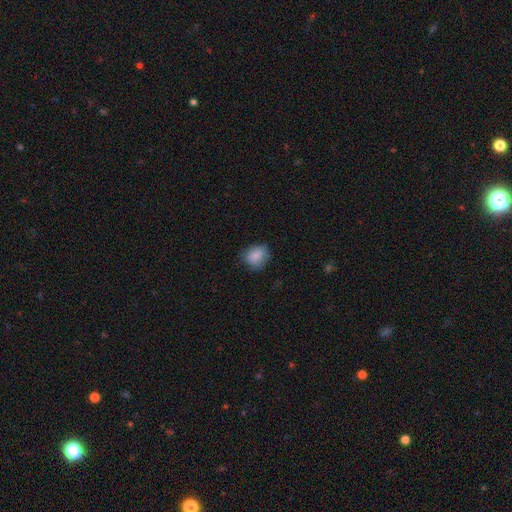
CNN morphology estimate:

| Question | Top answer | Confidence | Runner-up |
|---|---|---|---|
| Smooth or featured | smooth | 84% | star or artifact (8%) |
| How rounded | round | 54% | in between (45%) |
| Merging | none | 68% | minor disturbance (24%) |